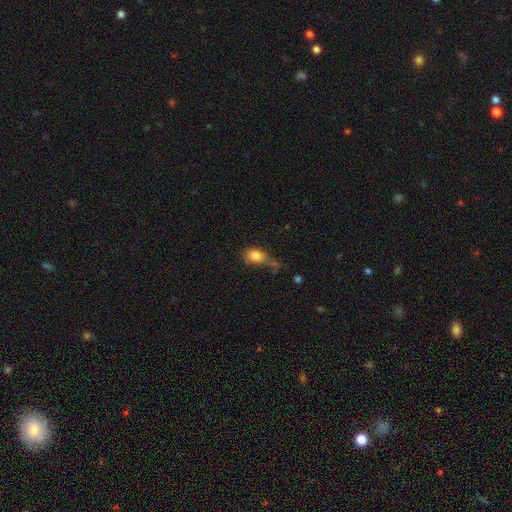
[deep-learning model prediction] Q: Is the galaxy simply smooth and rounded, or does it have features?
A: smooth — 81%.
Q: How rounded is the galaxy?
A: in between — 75%.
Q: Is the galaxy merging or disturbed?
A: none — 30%, tied with major disturbance.